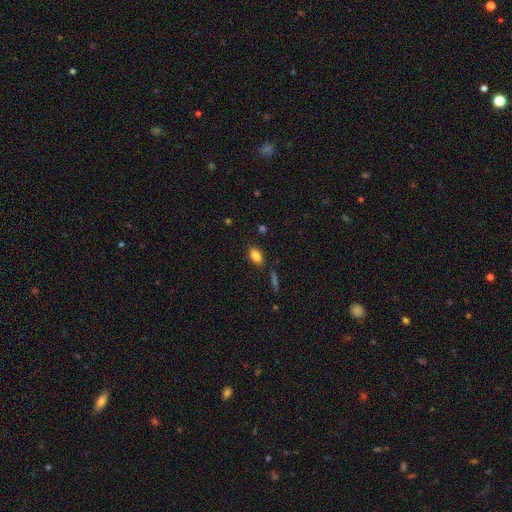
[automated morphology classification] Smooth or featured?
  - smooth: 85% *
  - star or artifact: 9%
  - featured or disk: 7%
How rounded?
  - in between: 88% *
  - round: 9%
  - cigar-shaped: 3%
Merging?
  - none: 84% *
  - minor disturbance: 10%
  - merger: 3%
  - major disturbance: 3%